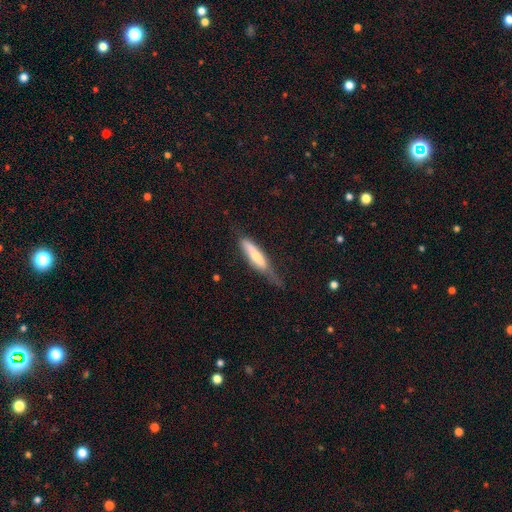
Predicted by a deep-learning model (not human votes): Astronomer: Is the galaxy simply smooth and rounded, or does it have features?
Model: smooth — 59% (runner-up: featured or disk, 36%).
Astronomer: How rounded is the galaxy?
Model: cigar-shaped — 76%.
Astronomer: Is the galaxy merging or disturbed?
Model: minor disturbance — 37% (runner-up: none, 35%).